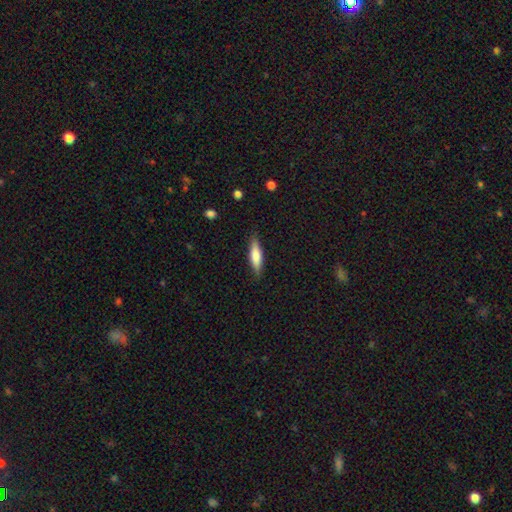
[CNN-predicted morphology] Q: Smooth or featured?
A: smooth (71%); runner-up: featured or disk (23%)
Q: How rounded?
A: cigar-shaped (64%); runner-up: in between (35%)
Q: Merging?
A: none (85%); runner-up: minor disturbance (12%)